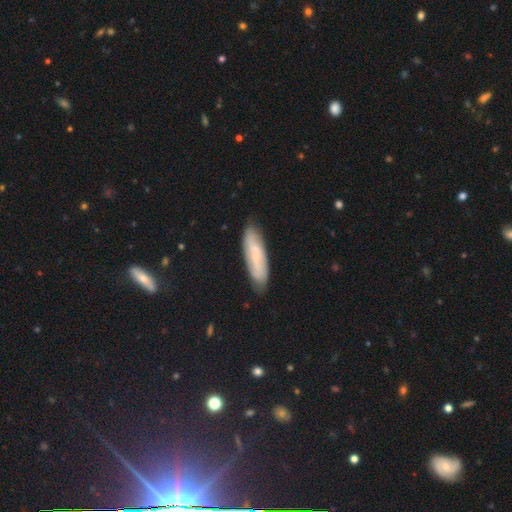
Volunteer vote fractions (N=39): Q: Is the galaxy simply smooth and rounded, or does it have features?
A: featured or disk — 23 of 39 (59%).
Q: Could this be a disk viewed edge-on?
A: no — 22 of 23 (96%).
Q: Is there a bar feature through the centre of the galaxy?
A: weak — 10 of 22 (45%).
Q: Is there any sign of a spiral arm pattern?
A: yes — 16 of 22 (73%).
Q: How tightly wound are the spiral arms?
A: tight — 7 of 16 (44%).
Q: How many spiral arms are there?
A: can't tell — 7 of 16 (44%).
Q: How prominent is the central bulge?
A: none — 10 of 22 (45%).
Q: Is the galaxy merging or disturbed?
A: none — 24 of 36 (67%).